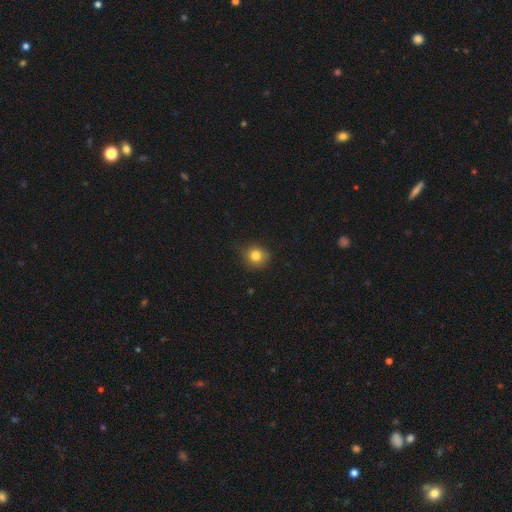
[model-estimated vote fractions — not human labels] smooth-or-featured: smooth: 80% | star or artifact: 13% | featured or disk: 7%
  how-rounded: round: 85% | in between: 14% | cigar-shaped: 1%
  merging: none: 78% | minor disturbance: 17% | major disturbance: 4% | merger: 1%